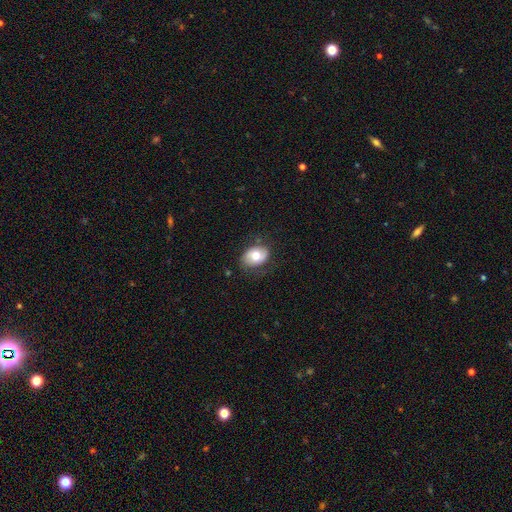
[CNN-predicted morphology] Smooth or featured? smooth (65%)
How rounded? in between (72%)
Merging? none (70%)